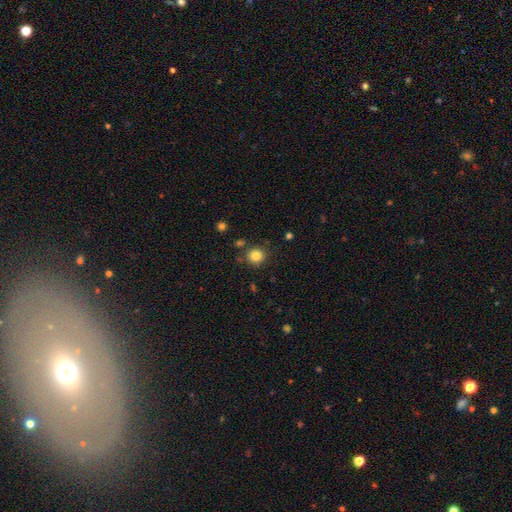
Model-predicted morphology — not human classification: type=smooth (83%); roundness=round (90%); merging=none (85%).